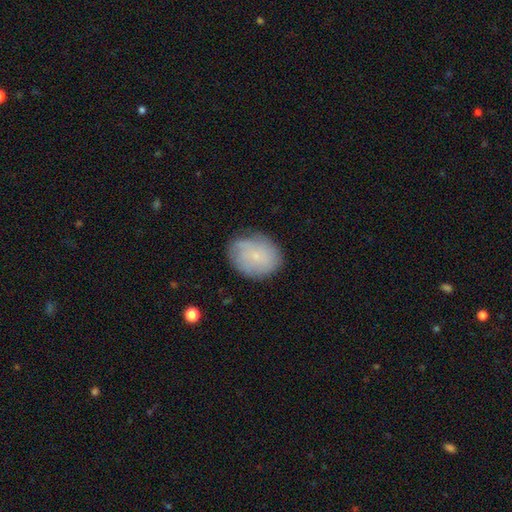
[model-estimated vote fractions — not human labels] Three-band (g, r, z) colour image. It shows a smooth galaxy with no disk features (60%) that is round (52%). Merging: none (70%).